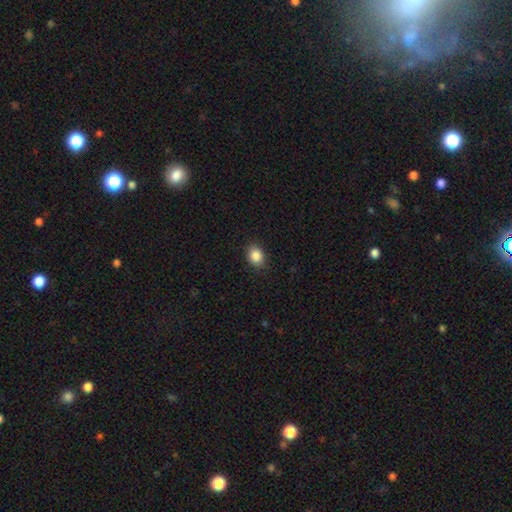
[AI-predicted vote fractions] smooth-or-featured: smooth: 87% | star or artifact: 9% | featured or disk: 4%
  how-rounded: in between: 54% | round: 45% | cigar-shaped: 1%
  merging: none: 88% | minor disturbance: 9% | major disturbance: 2% | merger: 1%